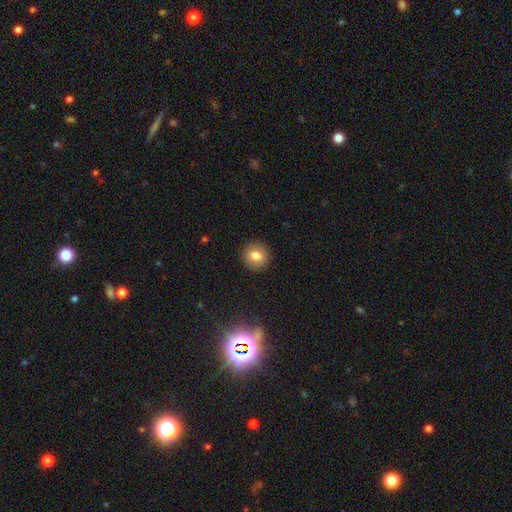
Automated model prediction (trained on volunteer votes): Q: Smooth or featured?
A: smooth (79%); runner-up: star or artifact (10%)
Q: How rounded?
A: round (92%); runner-up: in between (7%)
Q: Merging?
A: none (92%); runner-up: minor disturbance (5%)